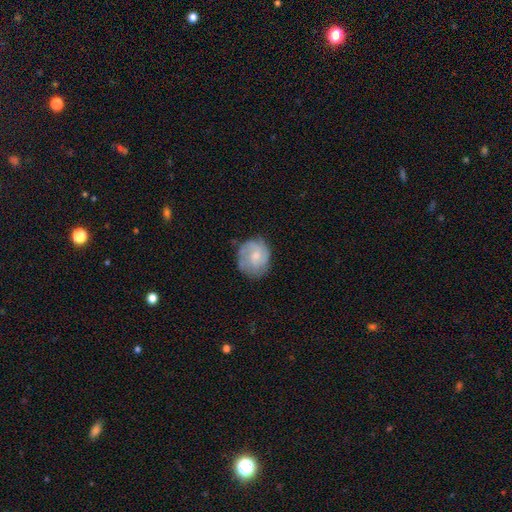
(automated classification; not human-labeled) Overall: smooth (50%; featured or disk 44%). Merging: none (67%).